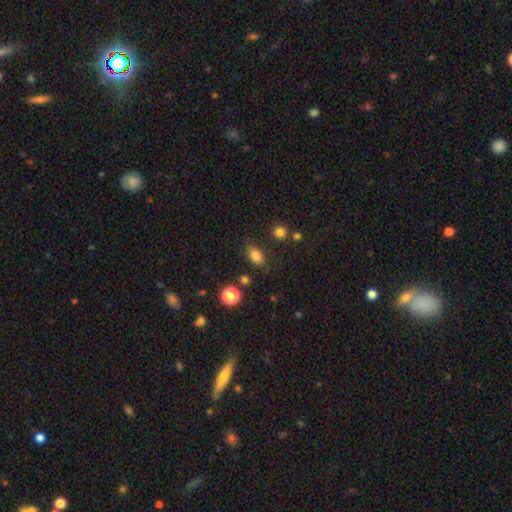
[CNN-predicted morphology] smooth_or_featured: smooth (p=0.82) [alt: star or artifact p=0.11]
how_rounded: in between (p=0.83) [alt: round p=0.13]
merging: none (p=0.79) [alt: minor disturbance p=0.14]